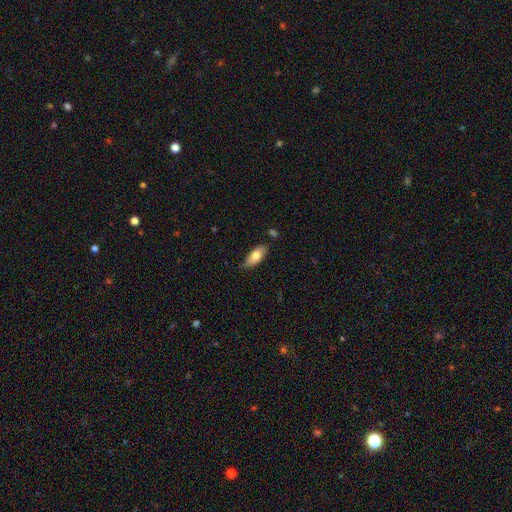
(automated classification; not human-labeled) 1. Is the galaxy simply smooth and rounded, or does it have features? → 73% smooth, 21% featured or disk, 6% star or artifact.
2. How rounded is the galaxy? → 81% in between, 16% cigar-shaped, 3% round.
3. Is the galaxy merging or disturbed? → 74% none, 20% minor disturbance, 3% major disturbance, 3% merger.